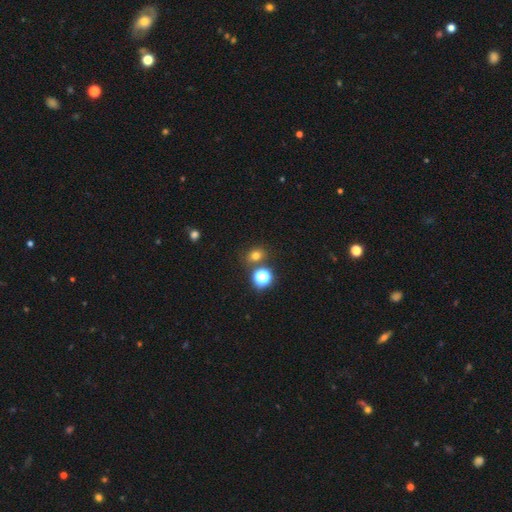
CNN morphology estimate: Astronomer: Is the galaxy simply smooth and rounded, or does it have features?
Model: smooth — 71%.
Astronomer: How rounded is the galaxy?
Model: round — 64%.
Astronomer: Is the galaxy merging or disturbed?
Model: none — 75%.